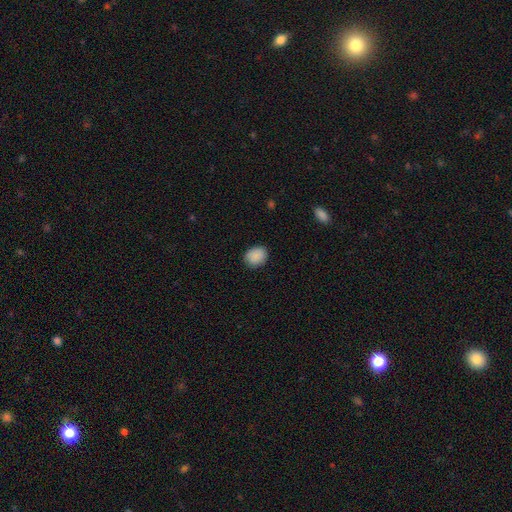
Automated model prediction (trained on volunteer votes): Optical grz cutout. It shows a smooth galaxy with no disk features (89%) that is round (50%). Merging: none (87%).